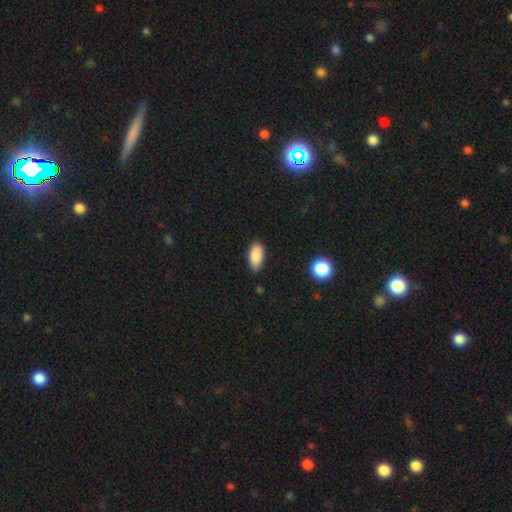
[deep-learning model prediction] smooth_or_featured: smooth (p=0.87) [alt: star or artifact p=0.07]
how_rounded: in between (p=0.93) [alt: cigar-shaped p=0.04]
merging: none (p=0.82) [alt: minor disturbance p=0.14]